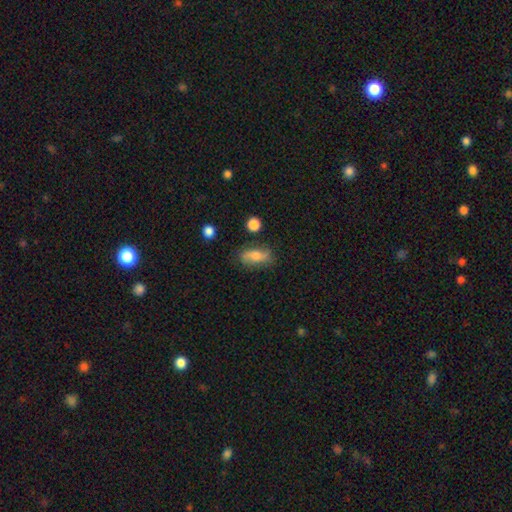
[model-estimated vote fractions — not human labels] A smooth galaxy with no disk features (58%) that is in between round and cigar-shaped (77%).

Vote fractions:
- Smooth or featured? smooth: 58% / featured or disk: 33% / star or artifact: 9%
- How rounded? in between: 77% / cigar-shaped: 15% / round: 8%
- Merging? none: 72% / minor disturbance: 19% / major disturbance: 5% / merger: 3%